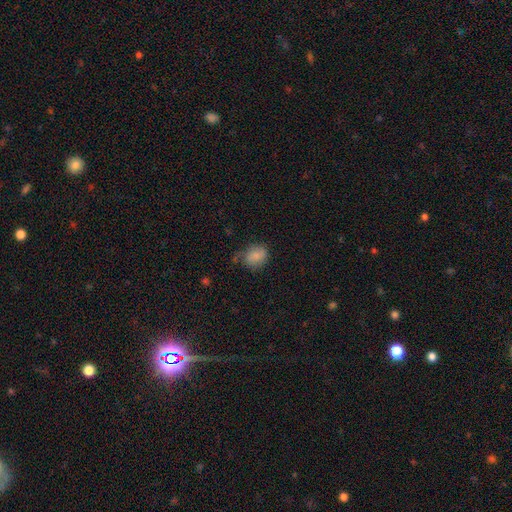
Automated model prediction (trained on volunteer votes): This appears to be a smooth galaxy with no disk features (78%) that is round (57%). Merging: none (54%).